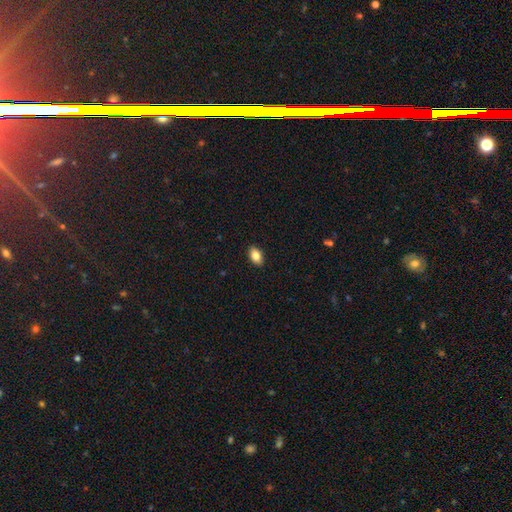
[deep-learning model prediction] Smooth or featured?
  - smooth: 84% *
  - featured or disk: 8%
  - star or artifact: 8%
How rounded?
  - in between: 91% *
  - round: 7%
  - cigar-shaped: 2%
Merging?
  - none: 90% *
  - minor disturbance: 7%
  - major disturbance: 2%
  - merger: 1%